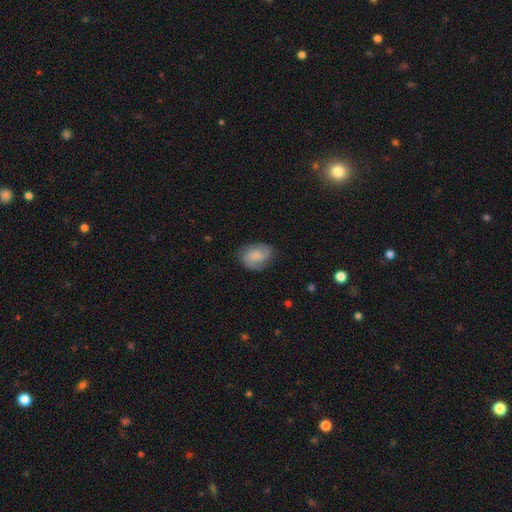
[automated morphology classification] Smooth or featured? featured or disk (64%)
Edge-on disk? no (98%)
Bar? no (59%)
Spiral arms? yes (94%)
Spiral winding? medium (47%)
Spiral arm count? 2 (85%)
Bulge size? none (39%)
Merging? none (78%)